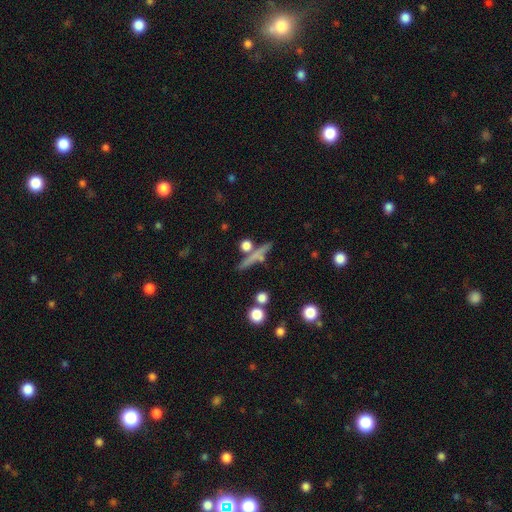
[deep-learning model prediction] This appears to be a smooth galaxy with no disk features (51%) that is cigar-shaped (83%). Merging: none (70%).